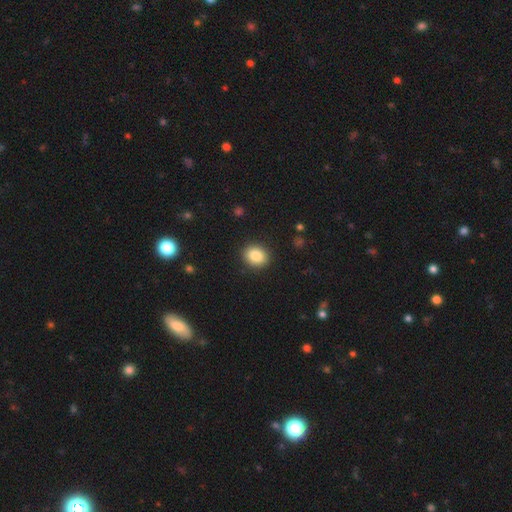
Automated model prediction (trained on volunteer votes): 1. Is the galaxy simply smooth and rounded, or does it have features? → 85% smooth, 9% star or artifact, 6% featured or disk.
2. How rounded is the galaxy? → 56% round, 43% in between, 1% cigar-shaped.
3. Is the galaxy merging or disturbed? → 90% none, 7% minor disturbance, 2% major disturbance, 1% merger.